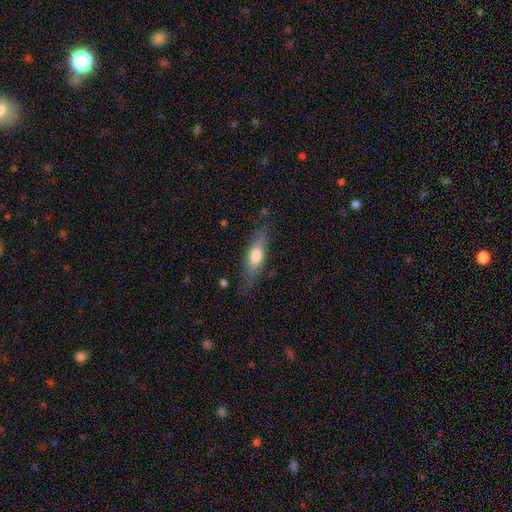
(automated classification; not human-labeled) A smooth galaxy with no disk features (65%) that is in between round and cigar-shaped (51%). Merging: none (73%).